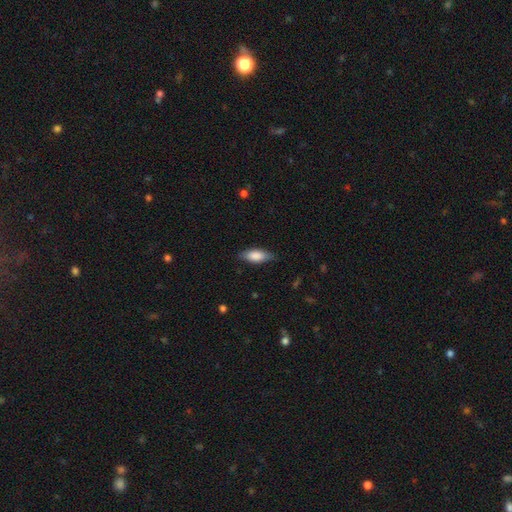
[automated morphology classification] Q: Smooth or featured?
A: smooth (82%); runner-up: featured or disk (12%)
Q: How rounded?
A: in between (78%); runner-up: cigar-shaped (20%)
Q: Merging?
A: none (81%); runner-up: minor disturbance (15%)